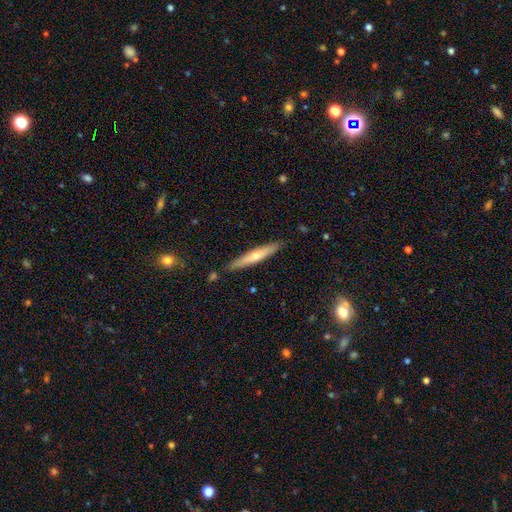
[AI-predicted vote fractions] Overall: featured or disk (52%; smooth 42%). Edge-on disk: yes (91%). Merging: none (87%).